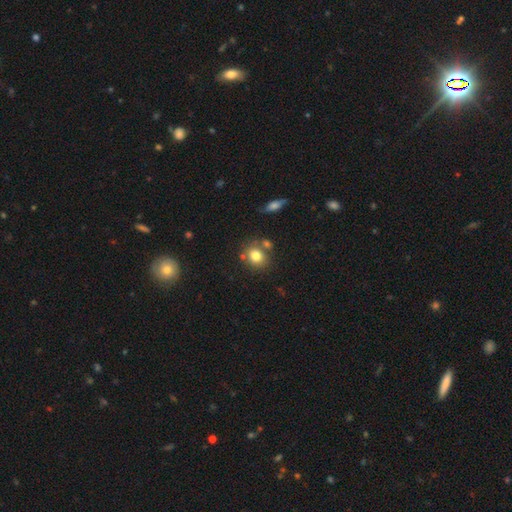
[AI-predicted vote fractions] Smooth or featured? smooth (78%)
How rounded? round (60%)
Merging? none (67%)